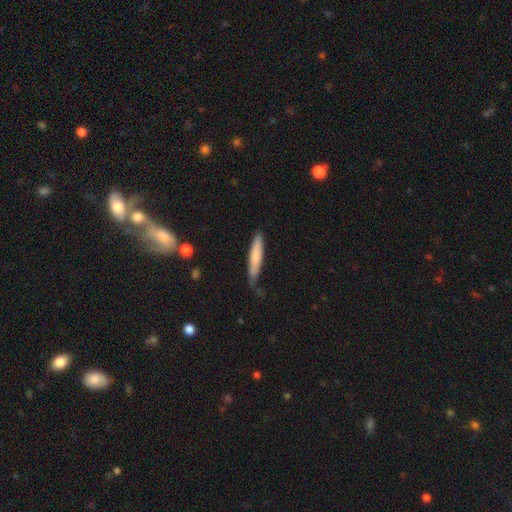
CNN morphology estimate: This appears to be a smooth galaxy with no disk features (70%) that is cigar-shaped (91%). Merging: none (69%).